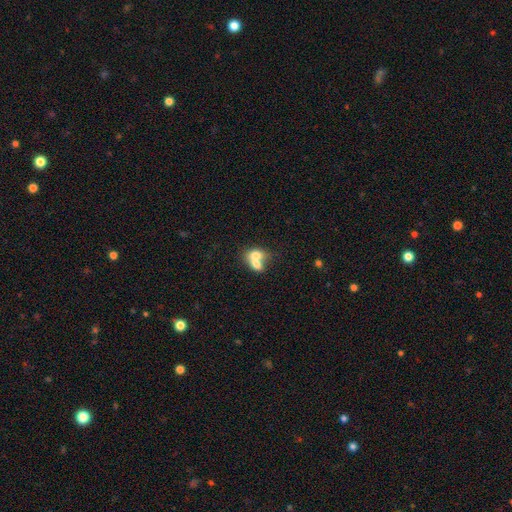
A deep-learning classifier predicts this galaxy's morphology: This appears to be a smooth galaxy with no disk features (69%) that is in between round and cigar-shaped (64%). Merging: merger (75%).